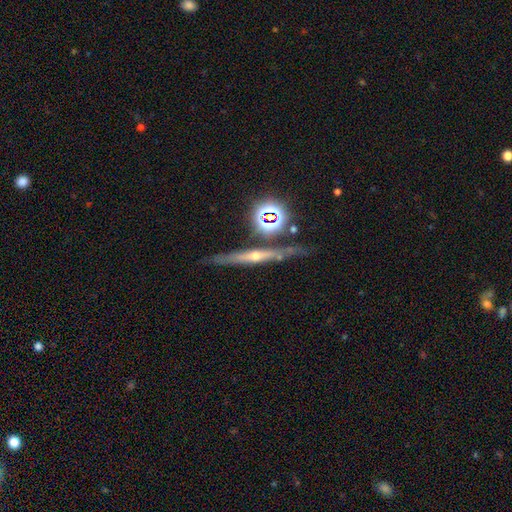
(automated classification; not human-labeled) Smooth or featured?
  - featured or disk: 62% *
  - star or artifact: 19%
  - smooth: 19%
Edge-on disk?
  - yes: 91% *
  - no: 9%
Edge-on bulge?
  - rounded: 78% *
  - none: 17%
  - boxy: 5%
Merging?
  - none: 79% *
  - minor disturbance: 12%
  - merger: 6%
  - major disturbance: 3%